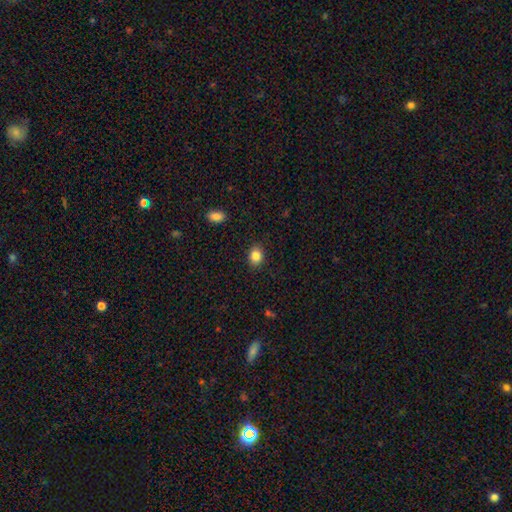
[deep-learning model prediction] A smooth galaxy with no disk features (85%) that is in between round and cigar-shaped (58%). Merging: none (88%).